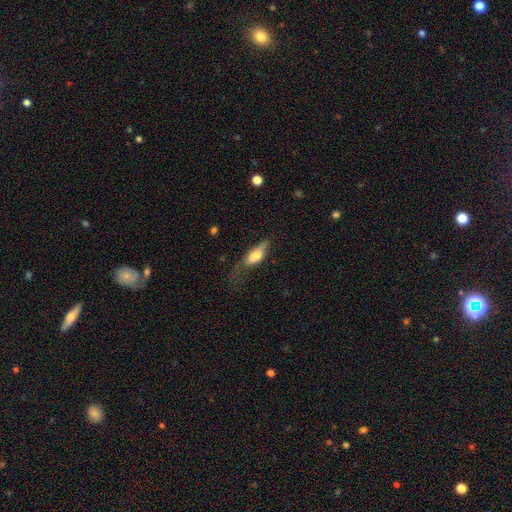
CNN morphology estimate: type=smooth (68%); roundness=in between (69%); merging=none (37%).